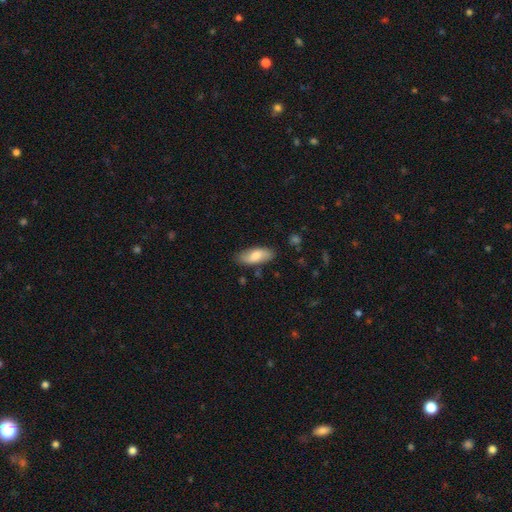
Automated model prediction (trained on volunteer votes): The model was most divided on "smooth or featured": smooth: 74%, featured or disk: 20%, star or artifact: 6%. More confident: how rounded — in between (83%); merging — none (82%).